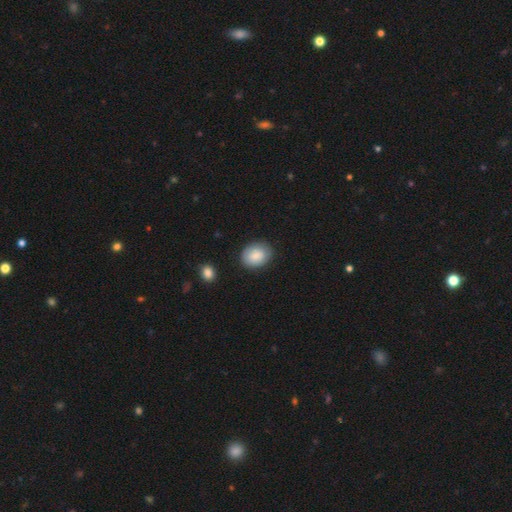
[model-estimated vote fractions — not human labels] This is clearly a smooth galaxy (87%). How rounded: possibly in between (59%). Merging: clearly none (83%).